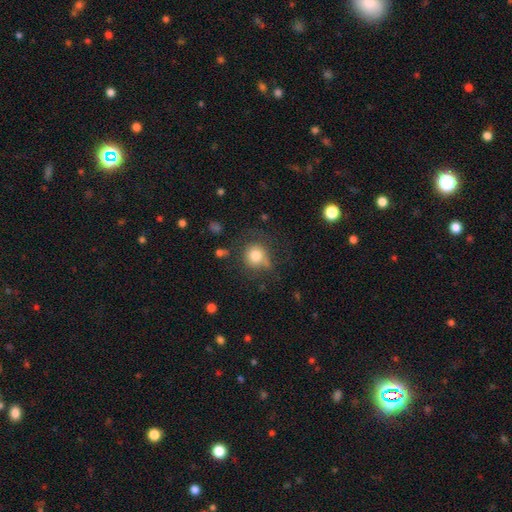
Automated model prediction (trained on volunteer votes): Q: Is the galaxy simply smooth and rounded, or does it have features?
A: smooth — 78%.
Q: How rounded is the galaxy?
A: round — 87%.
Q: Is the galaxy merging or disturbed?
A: none — 61%.